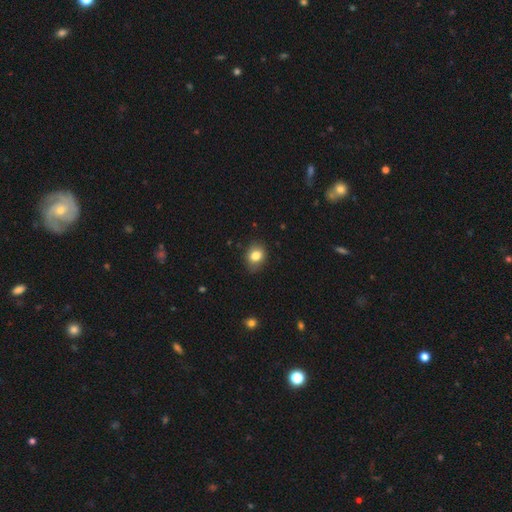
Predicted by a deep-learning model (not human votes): smooth 82%, star or artifact 9%, featured or disk 9%. Down the decision tree: how rounded — in between (53%); merging — none (81%).